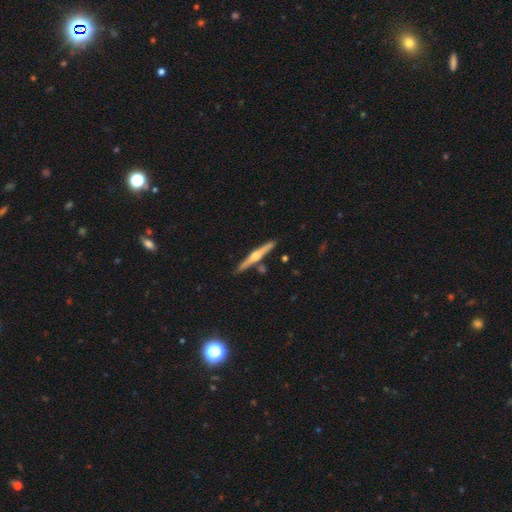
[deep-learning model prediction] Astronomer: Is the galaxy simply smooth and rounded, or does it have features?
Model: featured or disk — 71%.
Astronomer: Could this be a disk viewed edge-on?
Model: yes — 98%.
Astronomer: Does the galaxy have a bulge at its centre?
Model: rounded — 90%.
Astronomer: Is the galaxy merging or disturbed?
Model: none — 85%.